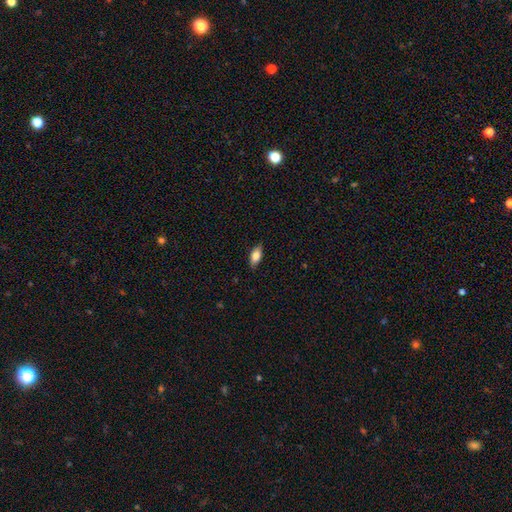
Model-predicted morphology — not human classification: Smooth or featured? Predicted: smooth (p=0.75). How rounded? Predicted: in between (p=0.84). Merging? Predicted: none (p=0.83).